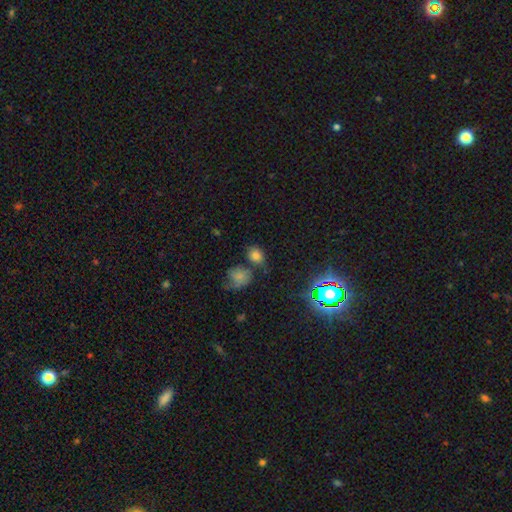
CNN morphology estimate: type=smooth (72%); roundness=in between (50%); merging=none (59%).